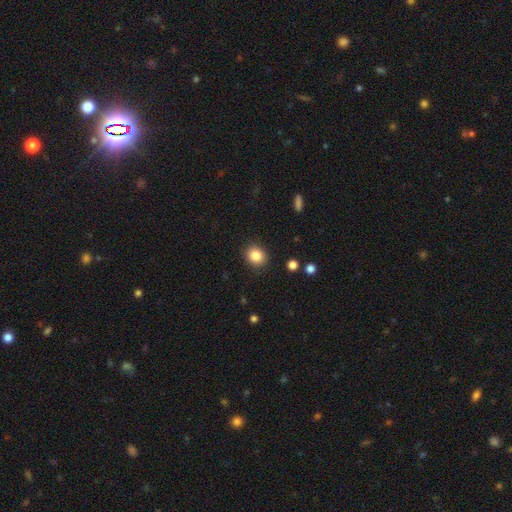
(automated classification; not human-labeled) This appears to be a smooth galaxy with no disk features (84%) that is round (78%). Merging: none (90%).